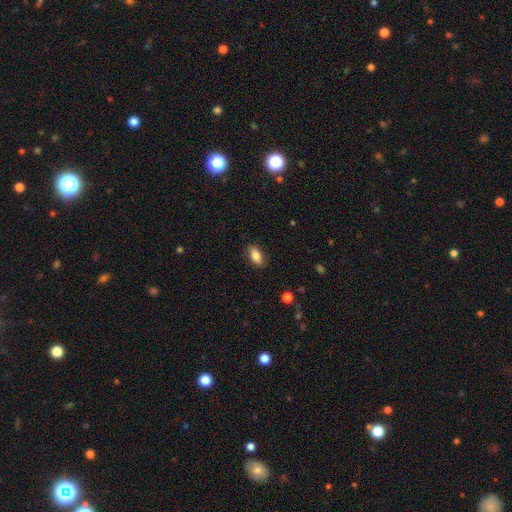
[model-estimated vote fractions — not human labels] The model was most divided on "smooth or featured": smooth: 83%, featured or disk: 10%, star or artifact: 7%. More confident: how rounded — in between (90%); merging — none (86%).